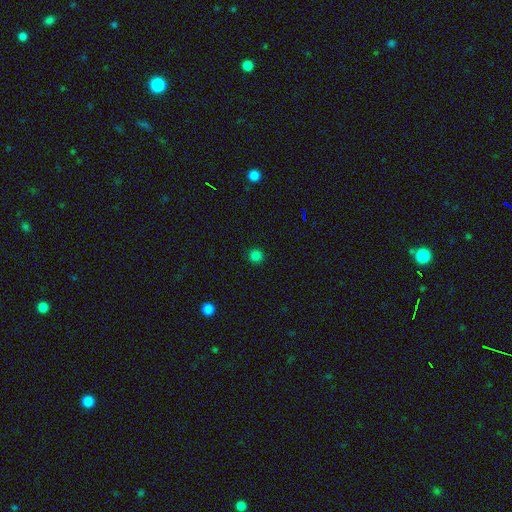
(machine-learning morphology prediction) smooth-or-featured: smooth: 80% | star or artifact: 16% | featured or disk: 3%
  how-rounded: round: 94% | in between: 5% | cigar-shaped: 1%
  merging: none: 91% | minor disturbance: 6% | major disturbance: 2% | merger: 1%